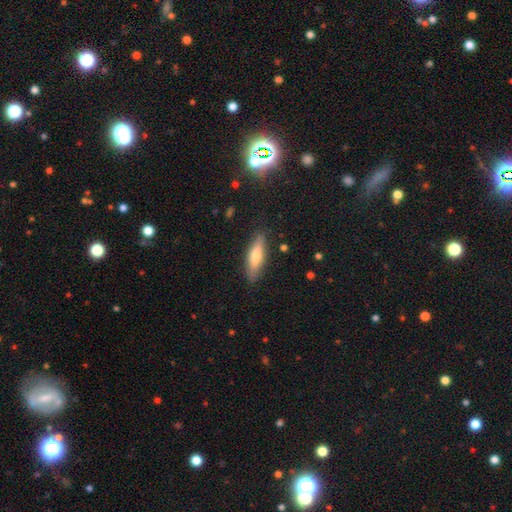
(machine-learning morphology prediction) Smooth or featured? smooth (60%)
How rounded? cigar-shaped (66%)
Merging? none (85%)